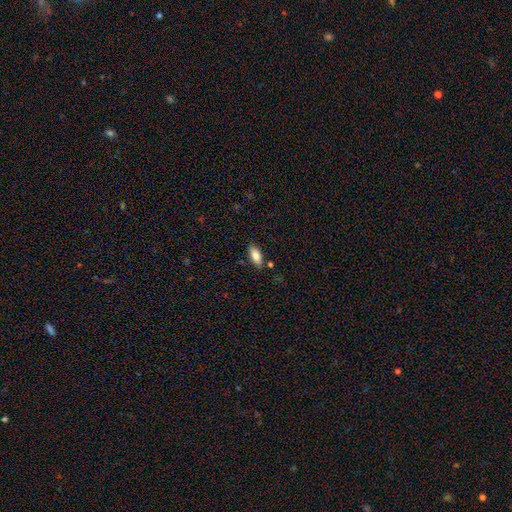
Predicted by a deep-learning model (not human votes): Overall: smooth (82%). How rounded: in between (86%). Merging: none (84%).